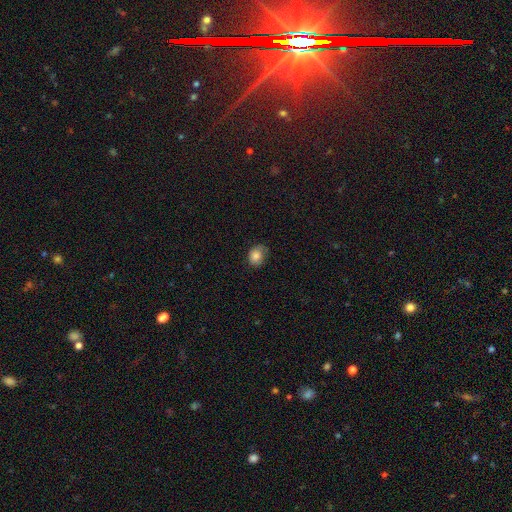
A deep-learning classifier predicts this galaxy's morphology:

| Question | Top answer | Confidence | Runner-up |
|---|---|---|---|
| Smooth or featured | smooth | 81% | featured or disk (10%) |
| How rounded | round | 54% | in between (45%) |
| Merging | none | 57% | minor disturbance (31%) |